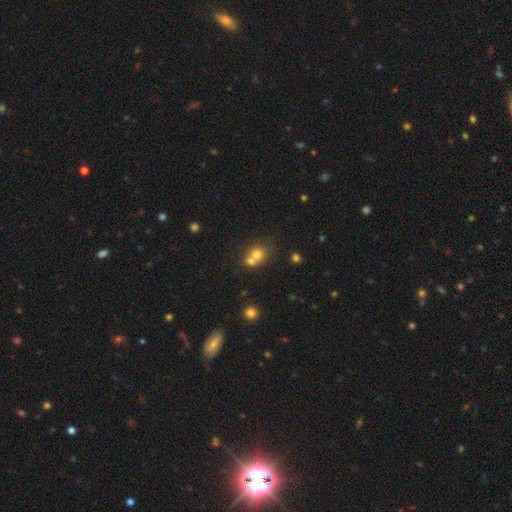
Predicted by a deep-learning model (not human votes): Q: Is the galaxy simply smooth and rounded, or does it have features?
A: smooth — 73%.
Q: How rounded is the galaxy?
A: round — 72%.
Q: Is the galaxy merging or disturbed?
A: merger — 54%.